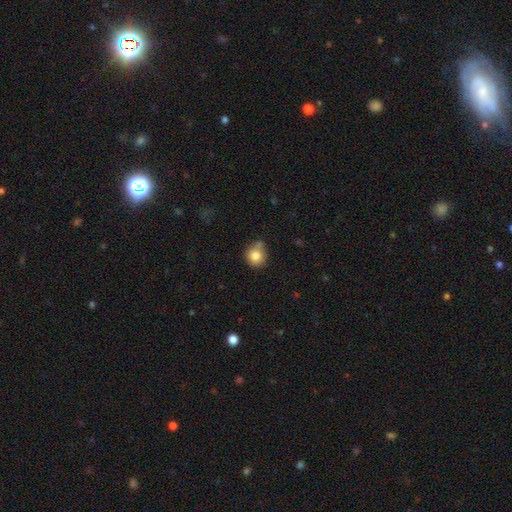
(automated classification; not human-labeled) A smooth galaxy with no disk features (83%) that is round (87%). Merging: none (63%).